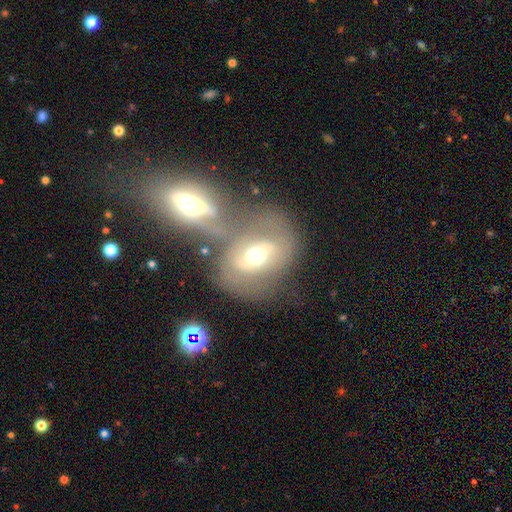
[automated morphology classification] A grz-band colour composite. It shows a featured or disk galaxy (59%) with no bar (36%), spiral arms (50%, tied with no) and a moderate central bulge (71%). Merging: merger (50%).